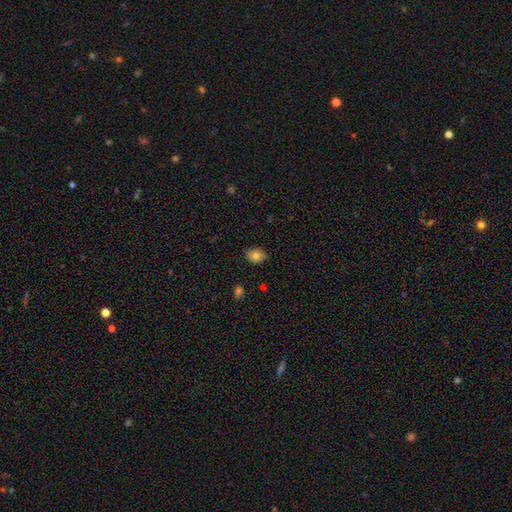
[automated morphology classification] smooth 79%, featured or disk 12%, star or artifact 9%. Down the decision tree: how rounded — in between (70%); merging — none (83%).